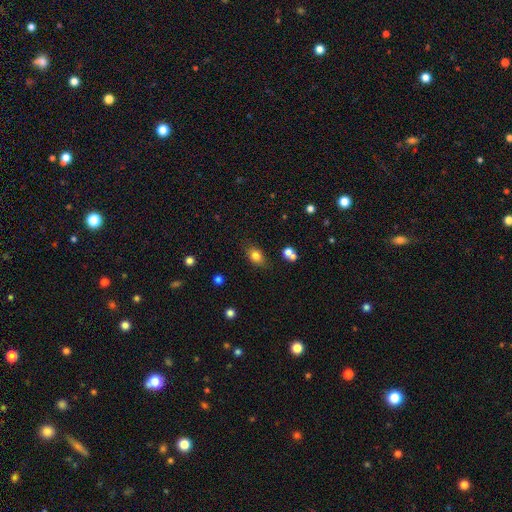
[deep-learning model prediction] Smooth or featured? smooth (81%)
How rounded? in between (69%)
Merging? none (77%)